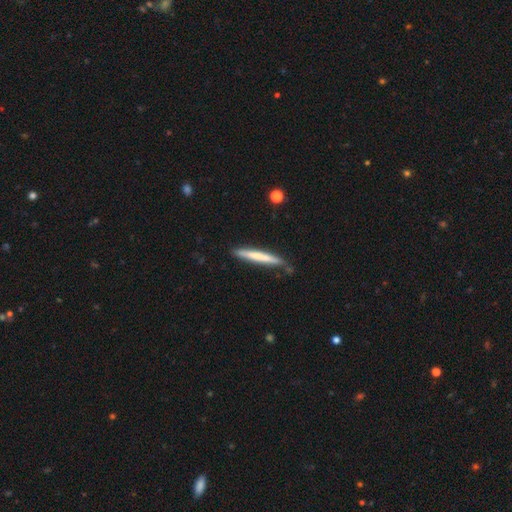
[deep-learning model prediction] The model was most divided on "smooth or featured": smooth: 57%, featured or disk: 37%, star or artifact: 6%. More confident: how rounded — cigar-shaped (96%); merging — none (82%).